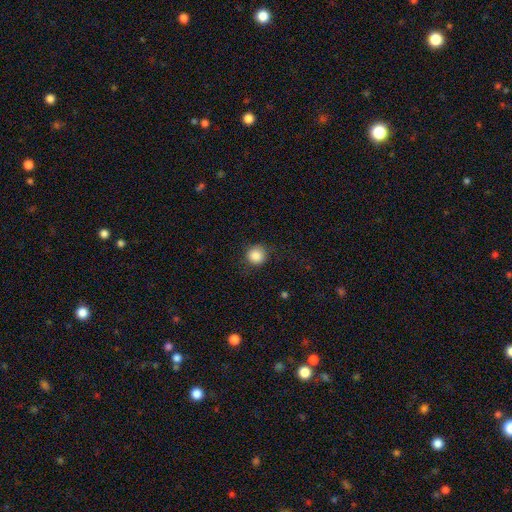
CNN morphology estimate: smooth_or_featured: smooth (p=0.86) [alt: star or artifact p=0.09]
how_rounded: round (p=0.92) [alt: in between p=0.07]
merging: none (p=0.84) [alt: minor disturbance p=0.11]